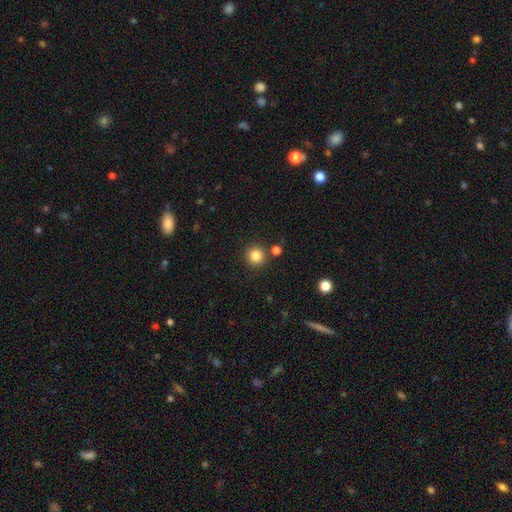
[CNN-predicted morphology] A smooth galaxy with no disk features (84%) that is round (95%). Merging: none (86%).